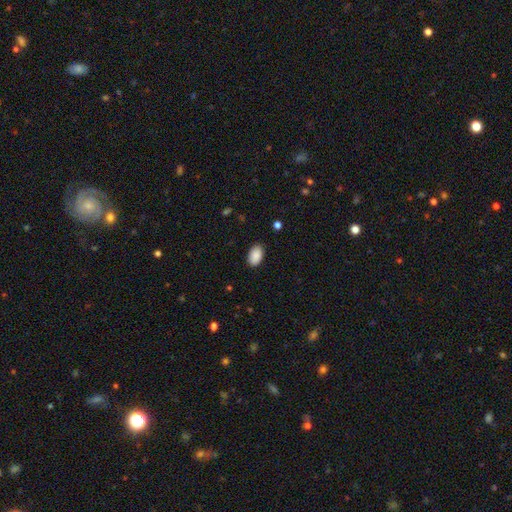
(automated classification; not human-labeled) Smooth or featured: smooth — 90% (star or artifact — 7%)
How rounded: in between — 93% (round — 6%)
Merging: none — 87% (minor disturbance — 10%)